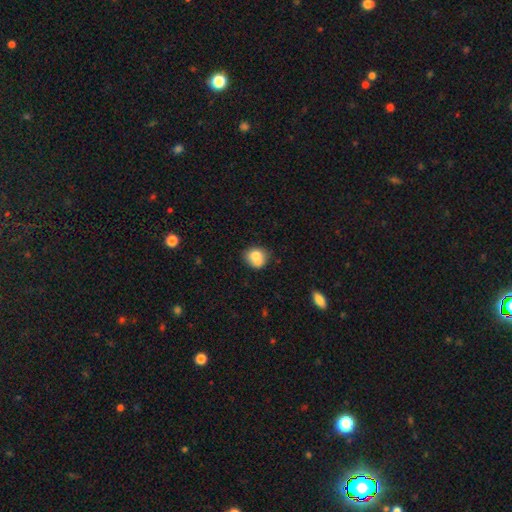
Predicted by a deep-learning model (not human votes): Q: Smooth or featured?
A: smooth (75%); runner-up: featured or disk (16%)
Q: How rounded?
A: round (72%); runner-up: in between (27%)
Q: Merging?
A: none (47%); runner-up: merger (30%)